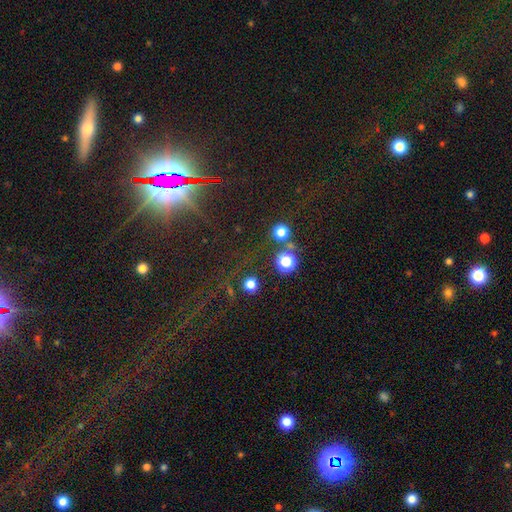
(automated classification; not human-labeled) smooth-or-featured: star or artifact: 75% | smooth: 14% | featured or disk: 11%